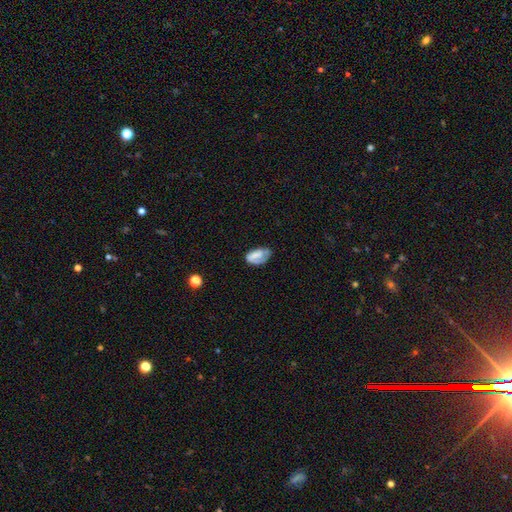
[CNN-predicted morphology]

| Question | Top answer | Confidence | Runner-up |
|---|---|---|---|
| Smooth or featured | smooth | 50% | featured or disk (42%) |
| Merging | none | 47% | minor disturbance (30%) |